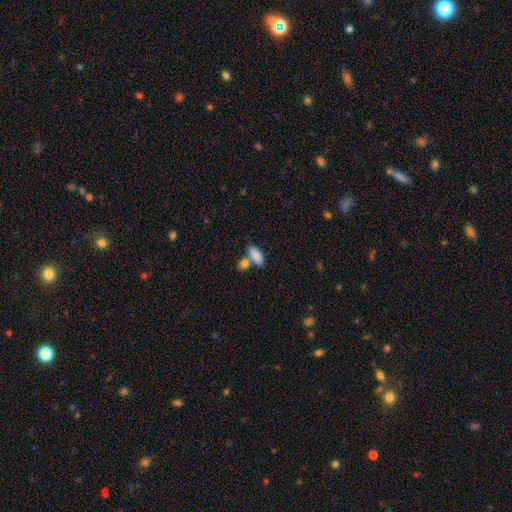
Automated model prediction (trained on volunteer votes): Smooth or featured: smooth — 86% (featured or disk — 8%)
How rounded: in between — 88% (cigar-shaped — 9%)
Merging: none — 49% (merger — 36%)